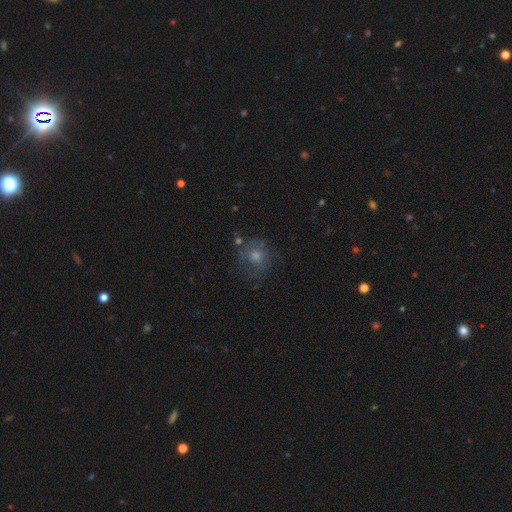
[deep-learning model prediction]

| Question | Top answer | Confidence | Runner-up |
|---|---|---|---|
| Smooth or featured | smooth | 45% | featured or disk (30%) |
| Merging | none | 70% | minor disturbance (17%) |